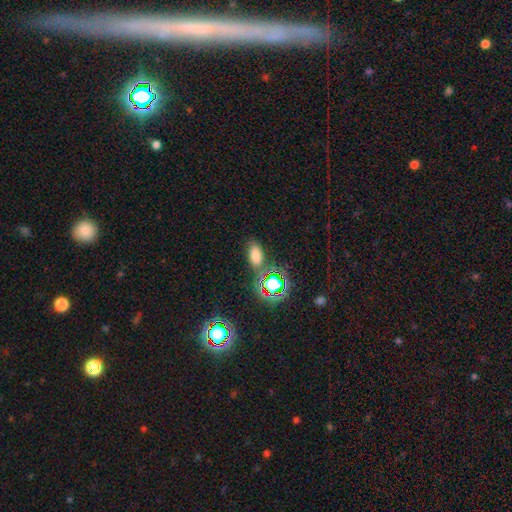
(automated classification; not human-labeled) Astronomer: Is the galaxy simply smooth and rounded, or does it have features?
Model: smooth — 66%.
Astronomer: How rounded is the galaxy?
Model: in between — 88%.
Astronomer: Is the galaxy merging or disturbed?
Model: none — 74%.